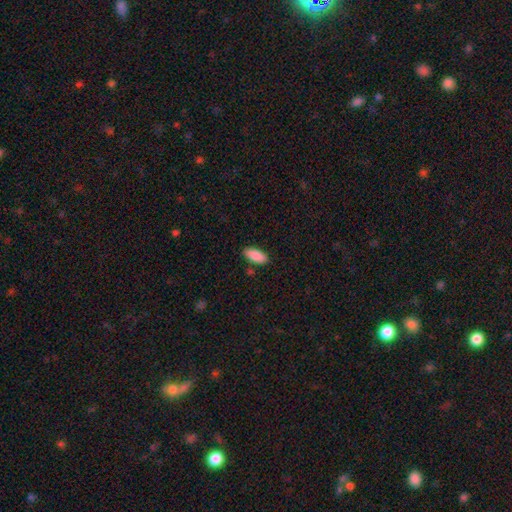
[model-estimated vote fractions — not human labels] Smooth or featured? Predicted: smooth (p=0.89). How rounded? Predicted: in between (p=0.87). Merging? Predicted: none (p=0.85).